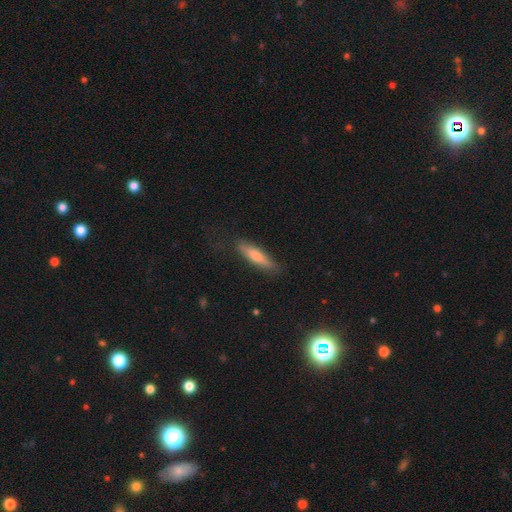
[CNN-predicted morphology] A smooth galaxy with no disk features (62%) that is cigar-shaped (78%). Merging: none (79%).